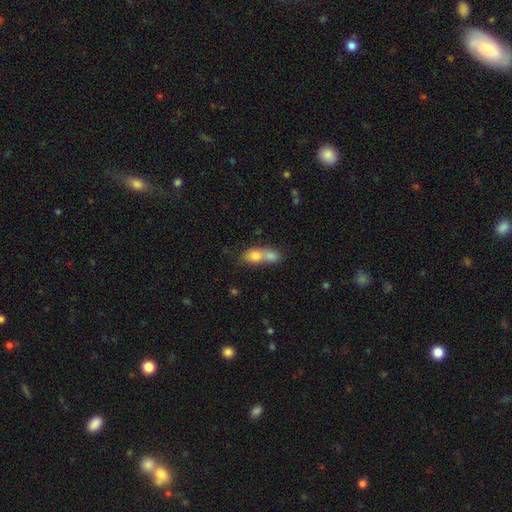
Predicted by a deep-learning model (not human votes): A smooth galaxy with no disk features (75%) that is in between round and cigar-shaped (69%). Merging: merger (73%).